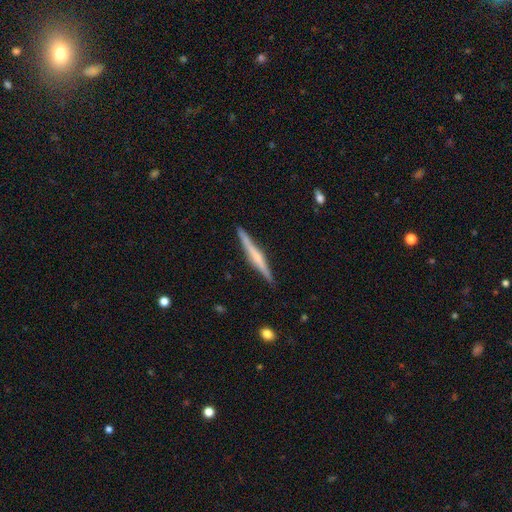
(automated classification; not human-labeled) featured or disk 65%, smooth 30%, star or artifact 6%. Down the decision tree: edge-on disk — yes (98%); edge-on bulge — rounded (47%); merging — none (89%).